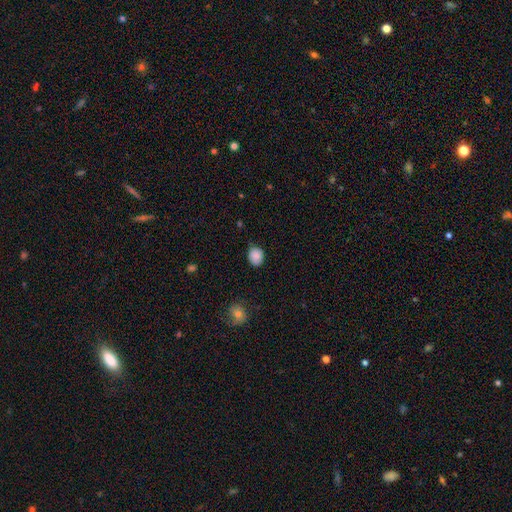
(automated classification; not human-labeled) A smooth galaxy with no disk features (87%) that is round (58%). Merging: none (79%).